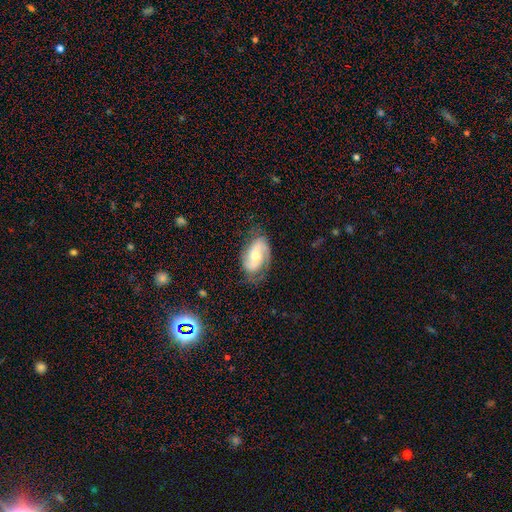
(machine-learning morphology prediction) Q: Smooth or featured?
A: featured or disk (74%); runner-up: smooth (20%)
Q: Edge-on disk?
A: no (96%); runner-up: yes (4%)
Q: Bar?
A: no (55%); runner-up: weak (34%)
Q: Spiral arms?
A: yes (91%); runner-up: no (9%)
Q: Spiral winding?
A: medium (44%); runner-up: loose (28%)
Q: Spiral arm count?
A: 2 (81%); runner-up: can't tell (9%)
Q: Bulge size?
A: moderate (65%); runner-up: small (27%)
Q: Merging?
A: none (67%); runner-up: minor disturbance (22%)